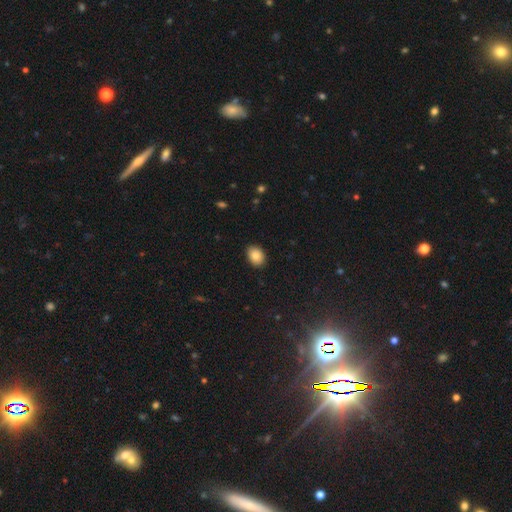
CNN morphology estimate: This appears to be a smooth galaxy with no disk features (87%) that is in between round and cigar-shaped (71%). Merging: none (89%).